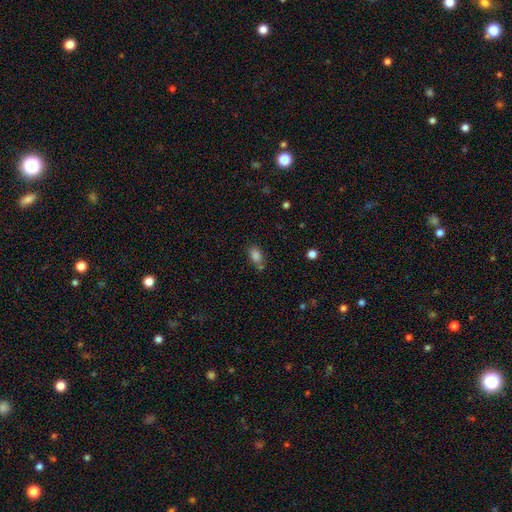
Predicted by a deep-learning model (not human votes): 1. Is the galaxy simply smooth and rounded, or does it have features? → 84% smooth, 10% star or artifact, 6% featured or disk.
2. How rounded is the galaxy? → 87% in between, 11% round, 2% cigar-shaped.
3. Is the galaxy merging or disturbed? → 64% none, 17% minor disturbance, 14% merger, 5% major disturbance.